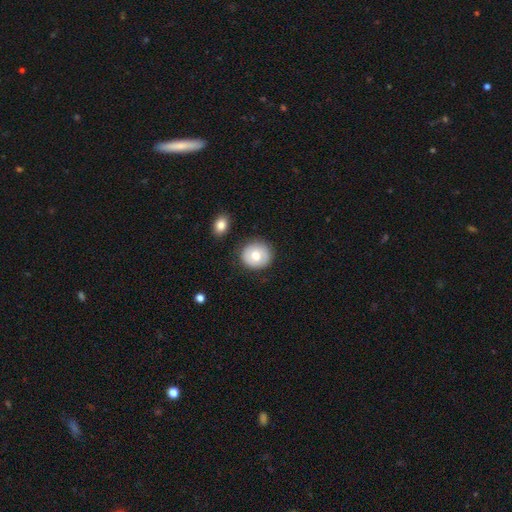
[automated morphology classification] This appears to be a smooth galaxy with no disk features (70%) that is round (87%). Merging: none (86%).